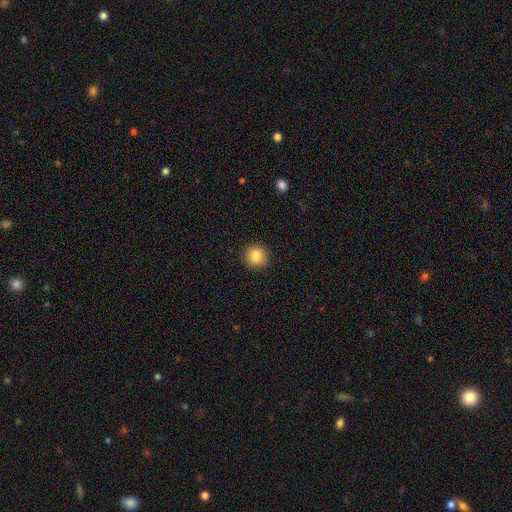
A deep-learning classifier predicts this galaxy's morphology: This is clearly a smooth galaxy (84%). How rounded: clearly round (93%). Merging: clearly none (90%).